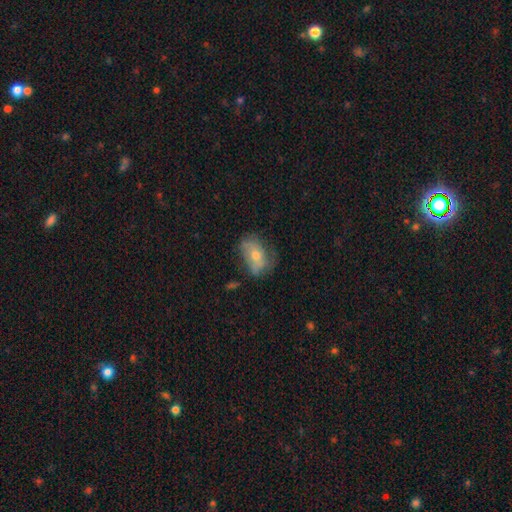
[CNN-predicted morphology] A smooth galaxy with no disk features (49%).

Vote fractions:
- Smooth or featured? smooth: 49% / featured or disk: 41% / star or artifact: 10%
- Merging? none: 52% / minor disturbance: 31% / major disturbance: 14% / merger: 3%